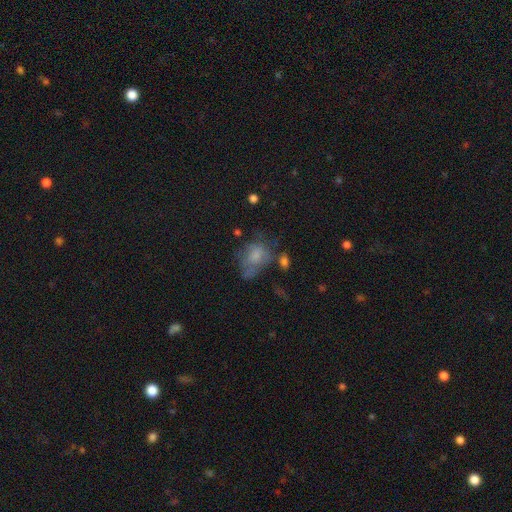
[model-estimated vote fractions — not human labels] smooth-or-featured: smooth: 61% | featured or disk: 26% | star or artifact: 13%
  how-rounded: in between: 67% | round: 32% | cigar-shaped: 1%
  merging: none: 32% | major disturbance: 30% | minor disturbance: 27% | merger: 11%